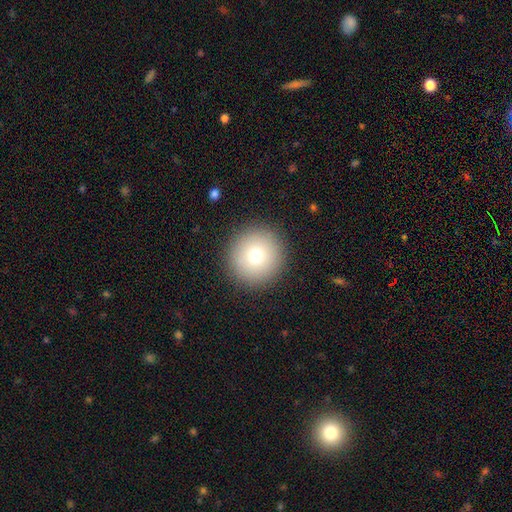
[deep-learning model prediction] This is likely a smooth galaxy (74%). How rounded: clearly round (96%). Merging: clearly none (92%).